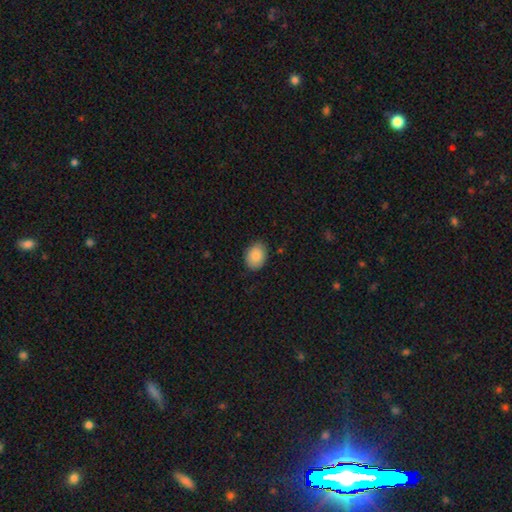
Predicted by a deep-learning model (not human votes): A smooth galaxy with no disk features (87%) that is in between round and cigar-shaped (63%).

Vote fractions:
- Smooth or featured? smooth: 87% / star or artifact: 7% / featured or disk: 5%
- How rounded? in between: 63% / round: 37% / cigar-shaped: 1%
- Merging? none: 85% / minor disturbance: 12% / major disturbance: 2% / merger: 1%